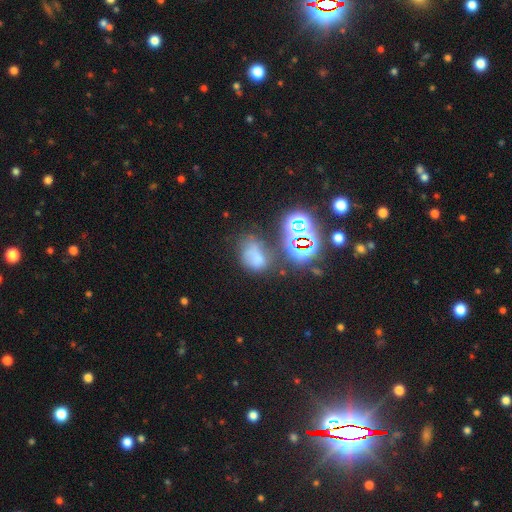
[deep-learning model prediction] Morphology: type=smooth (50%); merging=none (33%).